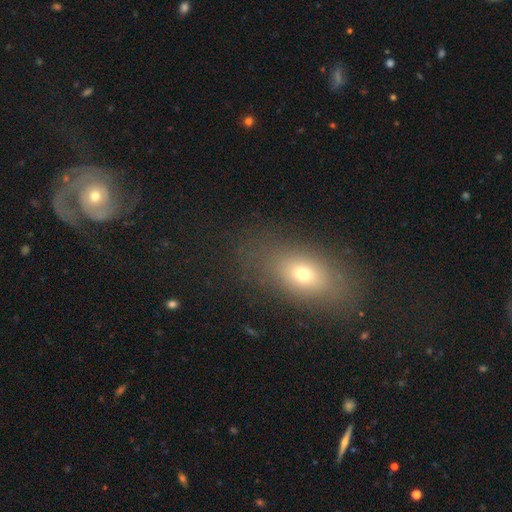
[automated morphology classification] A smooth galaxy with no disk features (60%) that is in between round and cigar-shaped (78%). Merging: none (78%).